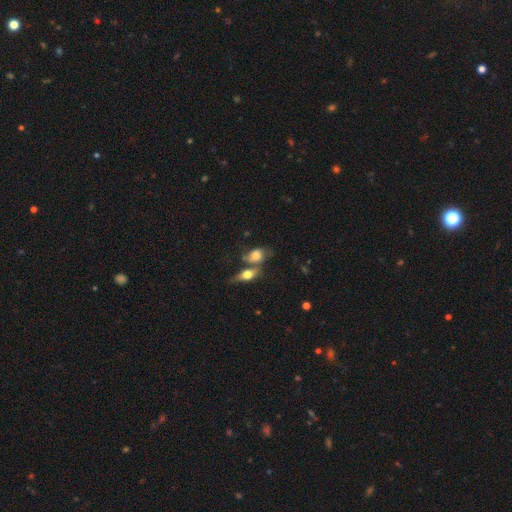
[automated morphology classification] smooth_or_featured: smooth (p=0.61) [alt: featured or disk p=0.29]
how_rounded: in between (p=0.66) [alt: round p=0.30]
merging: merger (p=0.51) [alt: none p=0.29]